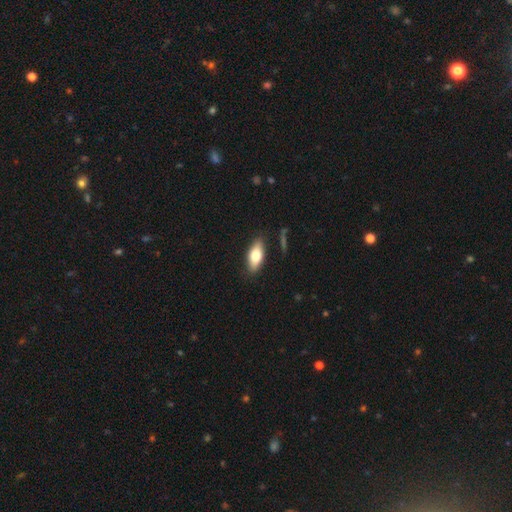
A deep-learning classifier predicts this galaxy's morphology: The model was most divided on "smooth or featured": smooth: 75%, featured or disk: 19%, star or artifact: 6%. More confident: merging — none (85%); how rounded — in between (82%).